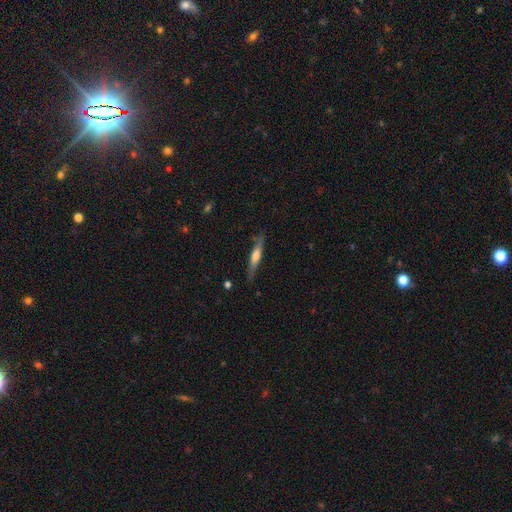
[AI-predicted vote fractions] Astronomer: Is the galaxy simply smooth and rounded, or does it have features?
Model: featured or disk — 52% (runner-up: smooth, 43%).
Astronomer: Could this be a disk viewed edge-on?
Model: yes — 93%.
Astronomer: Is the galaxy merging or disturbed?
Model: none — 82%.